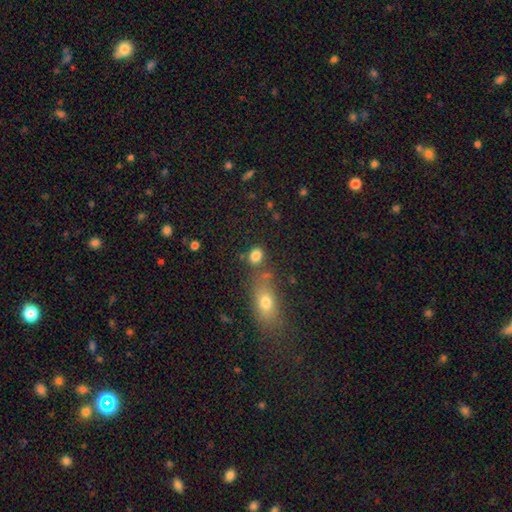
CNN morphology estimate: This appears to be a smooth galaxy with no disk features (83%) that is in between round and cigar-shaped (55%). Merging: none (69%).